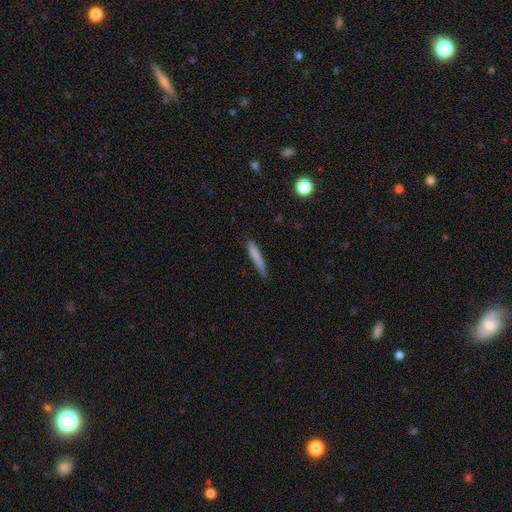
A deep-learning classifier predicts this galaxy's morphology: smooth_or_featured: smooth (p=0.79) [alt: featured or disk p=0.14]
how_rounded: cigar-shaped (p=0.94) [alt: in between p=0.05]
merging: none (p=0.77) [alt: minor disturbance p=0.18]